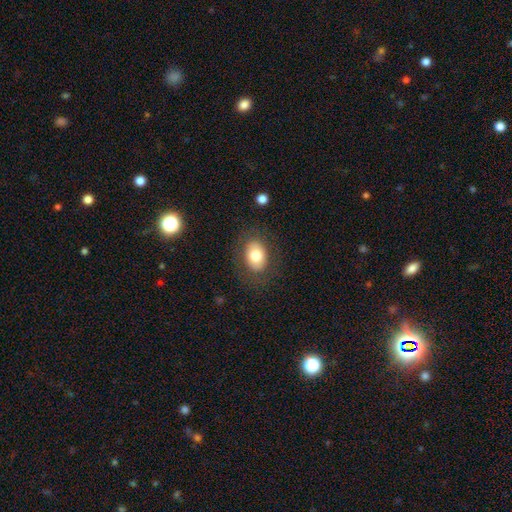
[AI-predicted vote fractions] Smooth or featured? smooth (76%)
How rounded? in between (72%)
Merging? none (82%)